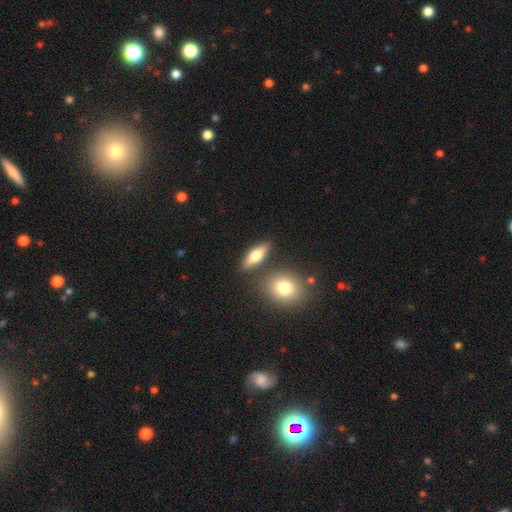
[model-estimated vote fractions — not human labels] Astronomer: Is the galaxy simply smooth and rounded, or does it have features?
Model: smooth — 65%.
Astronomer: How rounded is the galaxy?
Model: in between — 60%.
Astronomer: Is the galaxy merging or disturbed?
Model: none — 78%.